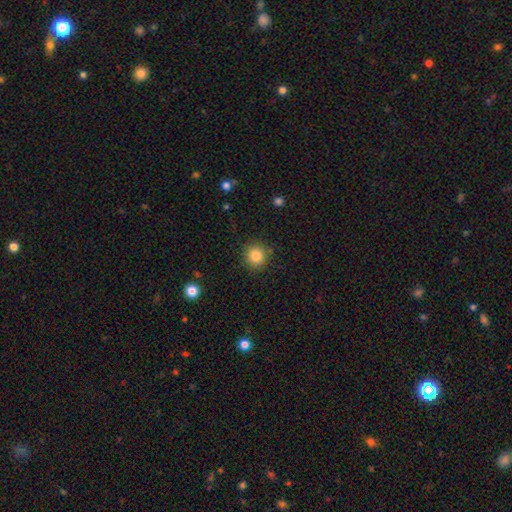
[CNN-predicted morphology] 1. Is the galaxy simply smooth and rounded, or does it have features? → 84% smooth, 10% star or artifact, 5% featured or disk.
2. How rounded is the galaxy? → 91% round, 8% in between, 1% cigar-shaped.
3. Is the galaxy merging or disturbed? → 88% none, 8% minor disturbance, 2% major disturbance, 1% merger.